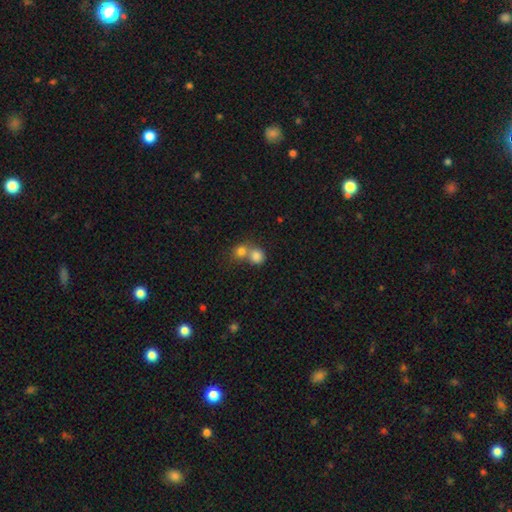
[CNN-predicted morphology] Q: Smooth or featured?
A: smooth (80%); runner-up: star or artifact (11%)
Q: How rounded?
A: round (82%); runner-up: in between (17%)
Q: Merging?
A: merger (51%); runner-up: none (40%)